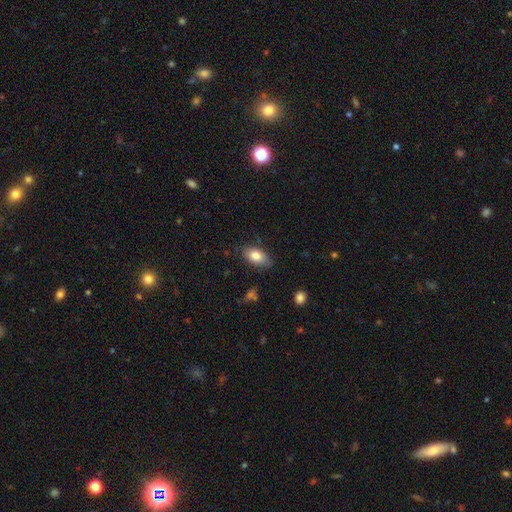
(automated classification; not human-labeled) Smooth or featured?
  - smooth: 81% *
  - featured or disk: 12%
  - star or artifact: 8%
How rounded?
  - in between: 91% *
  - round: 6%
  - cigar-shaped: 3%
Merging?
  - none: 80% *
  - minor disturbance: 16%
  - major disturbance: 3%
  - merger: 1%